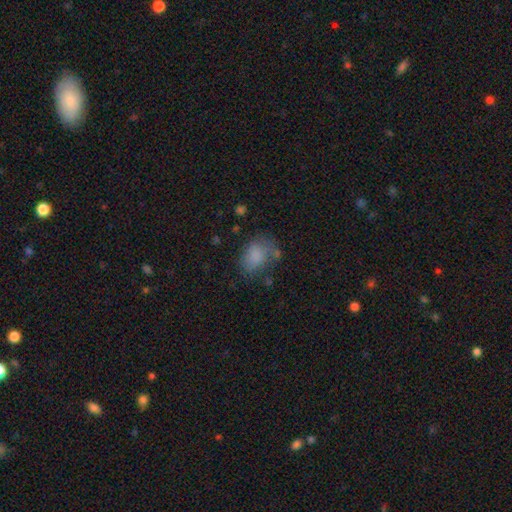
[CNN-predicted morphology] The model was most divided on "merging": none: 49%, minor disturbance: 27%, major disturbance: 17%, merger: 7%. More confident: smooth or featured — smooth (78%); how rounded — in between (74%).